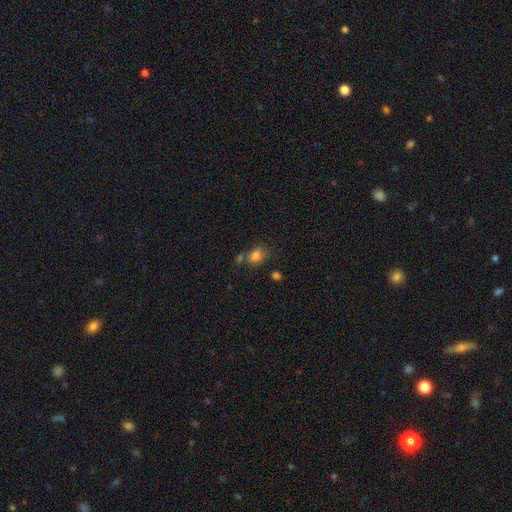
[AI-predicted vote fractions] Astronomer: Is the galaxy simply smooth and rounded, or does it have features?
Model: smooth — 80%.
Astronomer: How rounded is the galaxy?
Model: in between — 62% (runner-up: round, 37%).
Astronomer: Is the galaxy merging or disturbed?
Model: none — 58%.